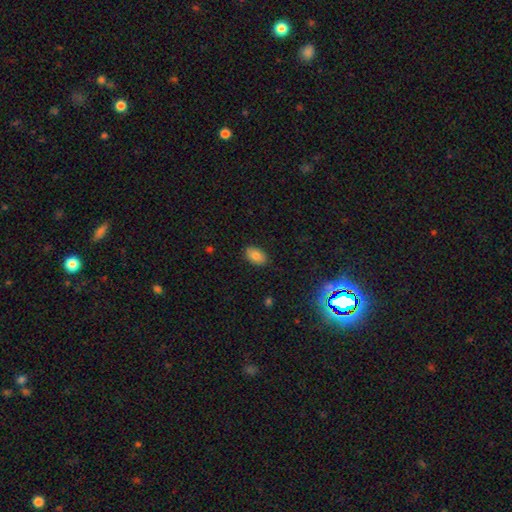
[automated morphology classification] smooth_or_featured: smooth (p=0.82) [alt: featured or disk p=0.10]
how_rounded: in between (p=0.90) [alt: round p=0.08]
merging: none (p=0.87) [alt: minor disturbance p=0.10]